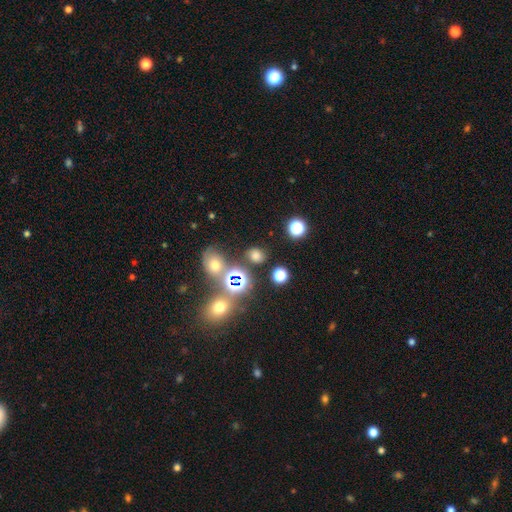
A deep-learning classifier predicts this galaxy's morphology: Smooth or featured? Predicted: smooth (p=0.63). How rounded? Predicted: round (p=0.60). Merging? Predicted: none (p=0.74).